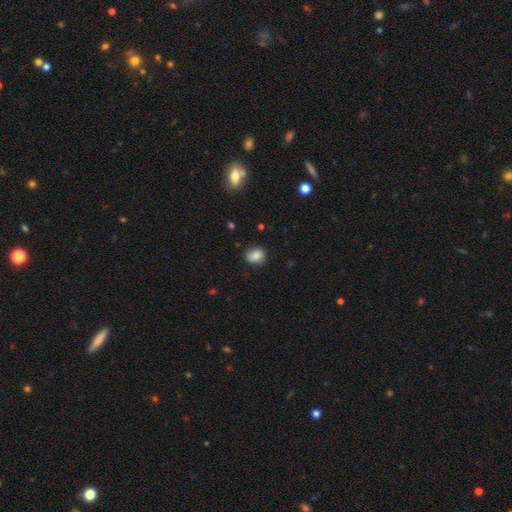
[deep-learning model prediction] Smooth or featured: smooth — 83% (star or artifact — 9%)
How rounded: round — 53% (in between — 46%)
Merging: none — 72% (minor disturbance — 22%)